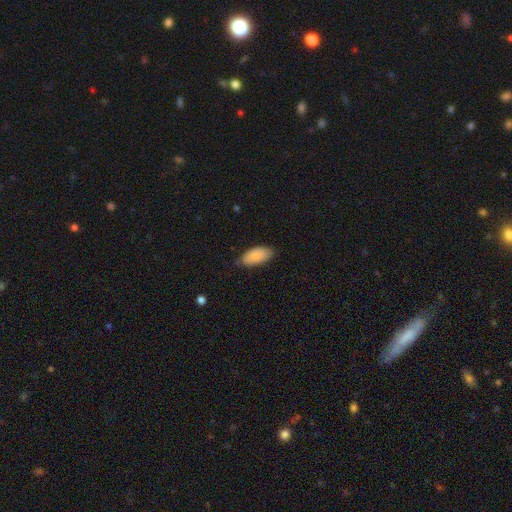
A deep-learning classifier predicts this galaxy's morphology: A smooth galaxy with no disk features (87%) that is in between round and cigar-shaped (93%). Merging: none (77%).